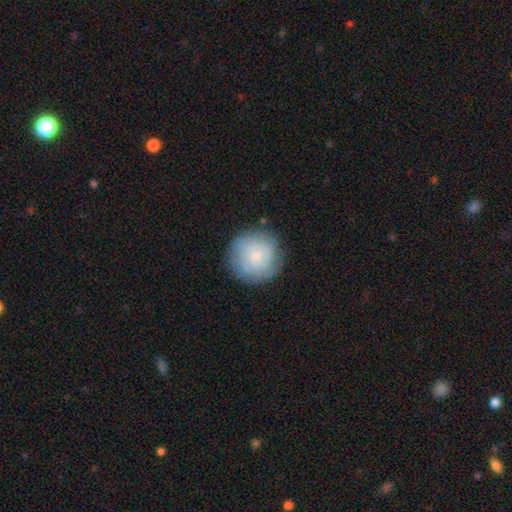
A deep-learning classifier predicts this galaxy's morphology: Q: Smooth or featured?
A: smooth (76%); runner-up: featured or disk (17%)
Q: How rounded?
A: round (94%); runner-up: in between (5%)
Q: Merging?
A: none (80%); runner-up: minor disturbance (14%)